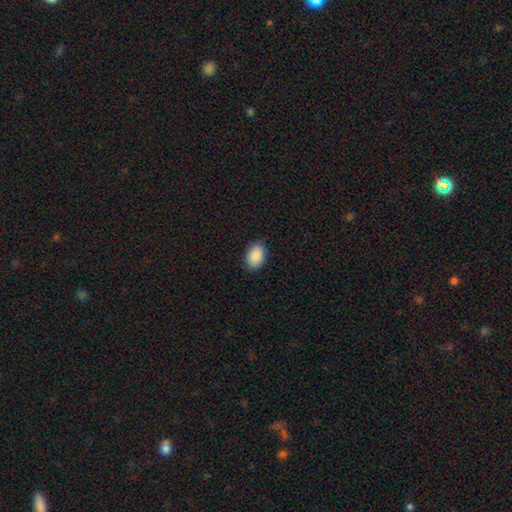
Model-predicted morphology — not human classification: type=smooth (90%); roundness=in between (84%); merging=none (80%).